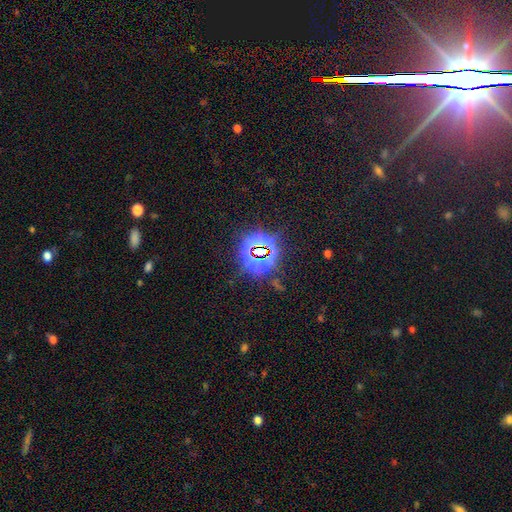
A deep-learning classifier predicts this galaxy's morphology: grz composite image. It shows a star or artifact, not a galaxy (81%).